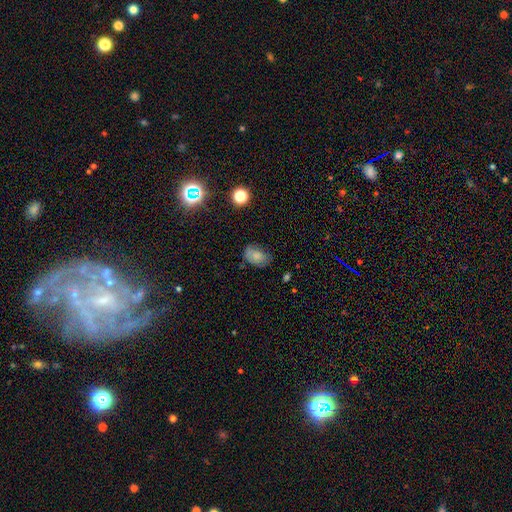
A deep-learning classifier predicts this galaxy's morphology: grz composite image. It shows a smooth galaxy with no disk features (75%) that is in between round and cigar-shaped (84%). Merging: none (60%).